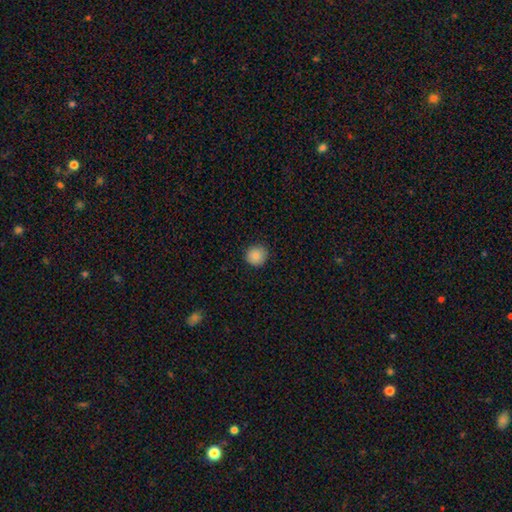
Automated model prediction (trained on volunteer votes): This is clearly a smooth galaxy (86%). How rounded: clearly round (93%). Merging: clearly none (90%).